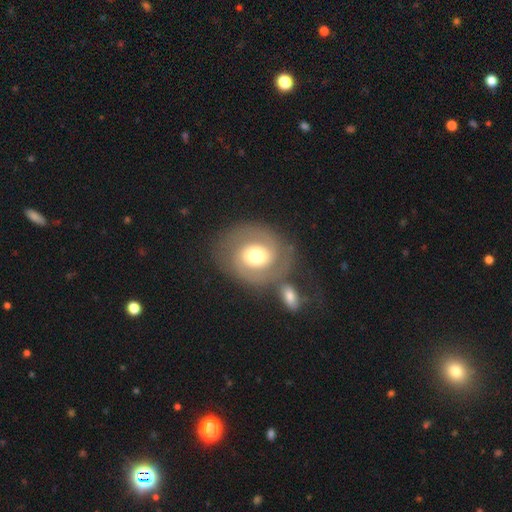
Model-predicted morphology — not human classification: Smooth or featured?
  - featured or disk: 76% *
  - smooth: 18%
  - star or artifact: 6%
Edge-on disk?
  - no: 98% *
  - yes: 2%
Bar?
  - no: 63% *
  - weak: 28%
  - strong: 9%
Spiral arms?
  - yes: 88% *
  - no: 12%
Spiral winding?
  - tight: 50% *
  - medium: 38%
  - loose: 12%
Spiral arm count?
  - 2: 88% *
  - can't tell: 5%
  - 1: 3%
  - 3: 2%
  - 4: 1%
  - more than 4: 1%
Bulge size?
  - moderate: 65% *
  - large: 24%
  - small: 7%
  - dominant: 3%
  - none: 1%
Merging?
  - none: 62% *
  - merger: 17%
  - minor disturbance: 13%
  - major disturbance: 8%